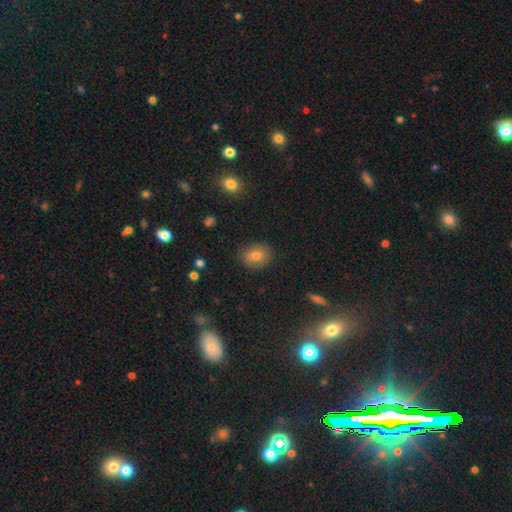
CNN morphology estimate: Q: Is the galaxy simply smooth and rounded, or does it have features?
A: smooth — 75%.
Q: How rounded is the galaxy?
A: in between — 53%.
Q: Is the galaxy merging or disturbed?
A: none — 84%.